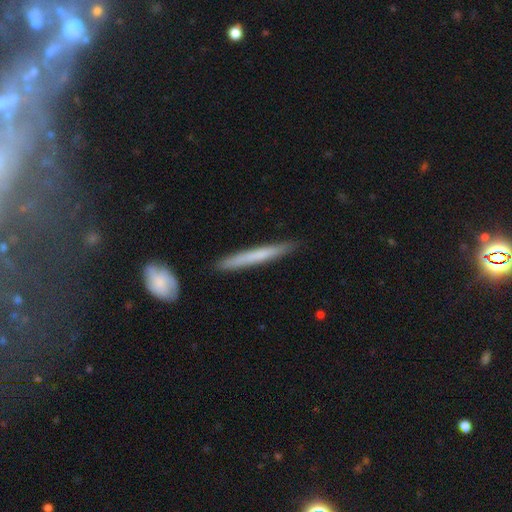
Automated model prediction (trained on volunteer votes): Smooth or featured?
  - smooth: 60% *
  - featured or disk: 35%
  - star or artifact: 5%
How rounded?
  - cigar-shaped: 96% *
  - in between: 3%
  - round: 1%
Merging?
  - none: 87% *
  - minor disturbance: 9%
  - merger: 2%
  - major disturbance: 2%